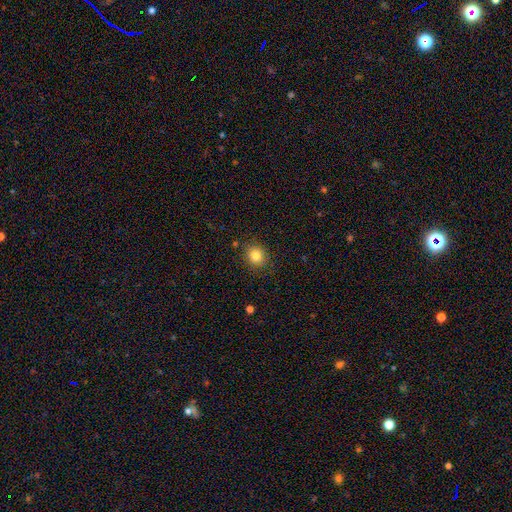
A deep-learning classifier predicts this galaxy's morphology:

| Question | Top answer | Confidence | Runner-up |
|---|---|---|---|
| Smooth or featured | smooth | 83% | star or artifact (11%) |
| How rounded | round | 78% | in between (21%) |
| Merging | none | 87% | minor disturbance (9%) |